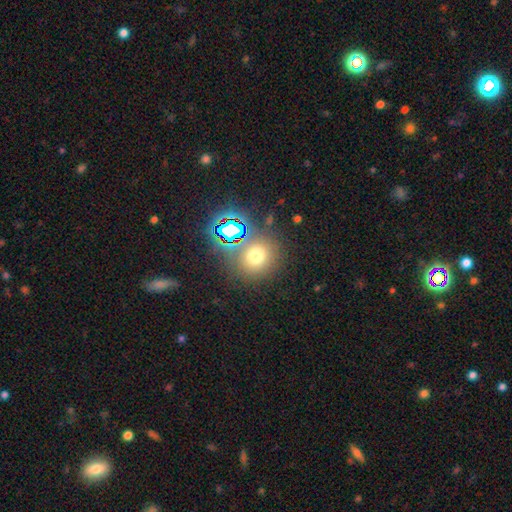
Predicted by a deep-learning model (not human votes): Smooth or featured? smooth (62%)
How rounded? round (88%)
Merging? none (78%)